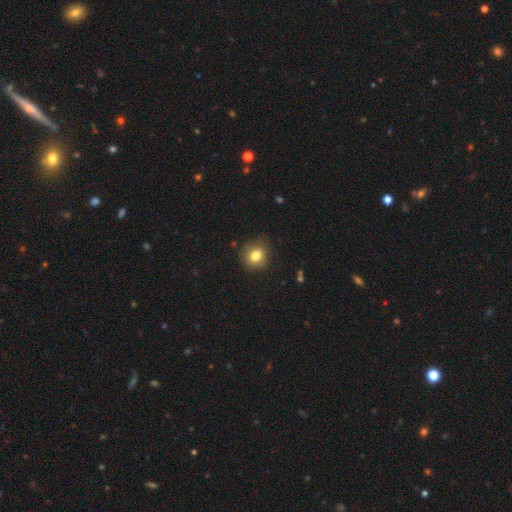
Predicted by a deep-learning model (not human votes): smooth-or-featured: smooth: 82% | star or artifact: 11% | featured or disk: 8%
  how-rounded: round: 74% | in between: 25% | cigar-shaped: 1%
  merging: none: 81% | minor disturbance: 14% | major disturbance: 3% | merger: 1%